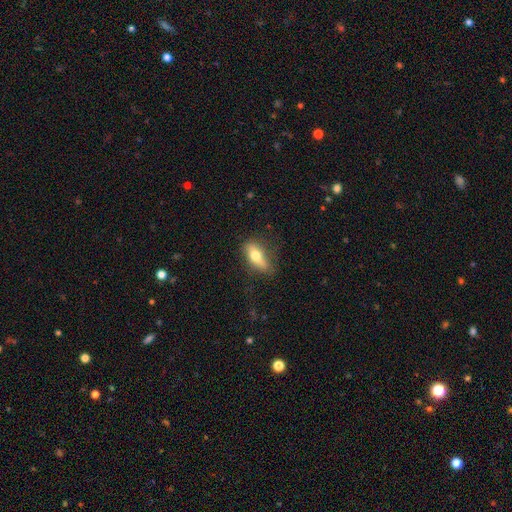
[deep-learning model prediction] Smooth or featured? smooth (63%)
How rounded? in between (66%)
Merging? none (72%)